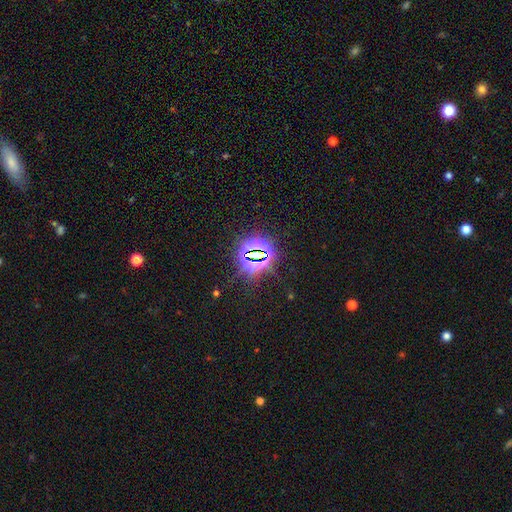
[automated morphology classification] Q: Smooth or featured?
A: star or artifact (81%); runner-up: smooth (12%)